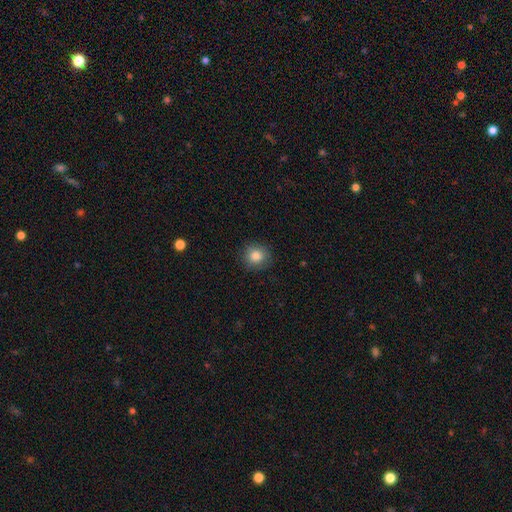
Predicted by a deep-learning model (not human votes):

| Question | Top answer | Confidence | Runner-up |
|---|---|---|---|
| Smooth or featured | smooth | 85% | star or artifact (9%) |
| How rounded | round | 86% | in between (13%) |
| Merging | none | 85% | minor disturbance (11%) |